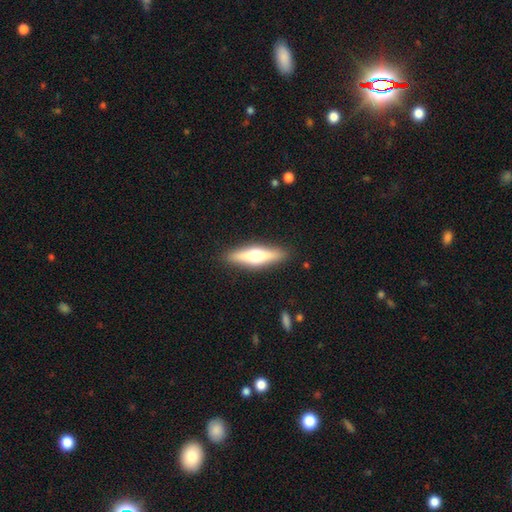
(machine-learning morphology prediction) Q: Smooth or featured?
A: featured or disk (53%); runner-up: smooth (41%)
Q: Edge-on disk?
A: yes (93%); runner-up: no (7%)
Q: Merging?
A: none (89%); runner-up: minor disturbance (8%)